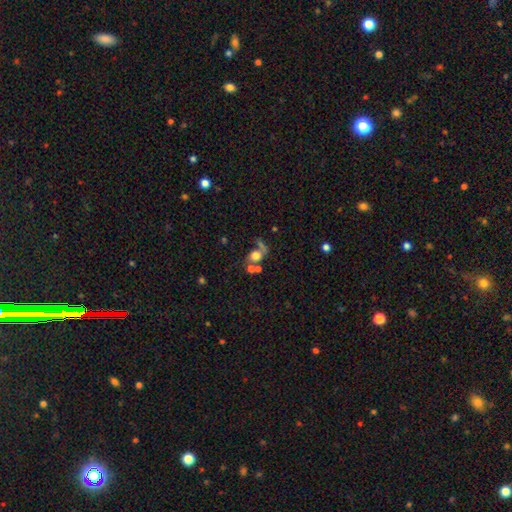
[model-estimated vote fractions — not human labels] This is likely a smooth galaxy (62%). How rounded: likely round (63%). Merging: marginally merger (37%).